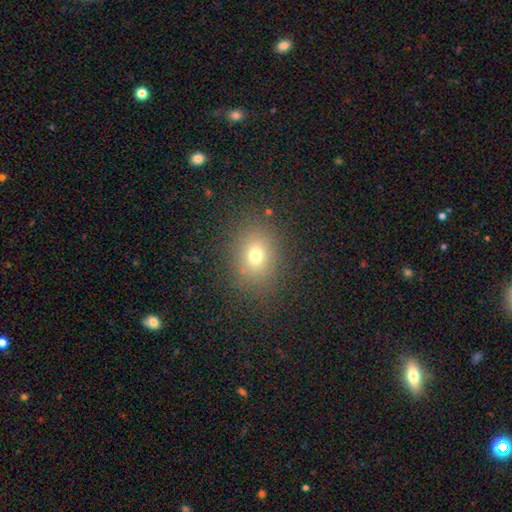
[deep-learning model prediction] Q: Smooth or featured?
A: smooth (72%); runner-up: star or artifact (17%)
Q: How rounded?
A: in between (53%); runner-up: round (46%)
Q: Merging?
A: none (84%); runner-up: minor disturbance (10%)